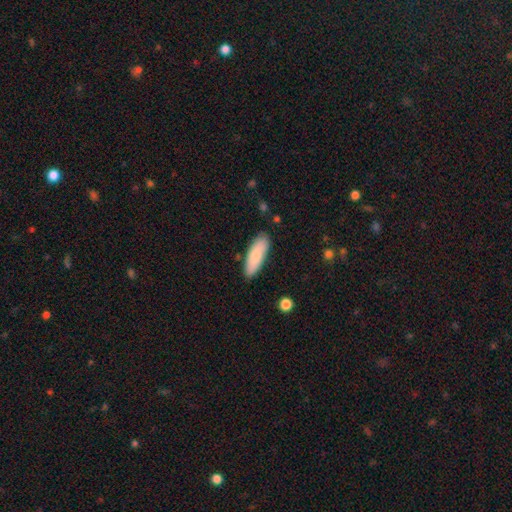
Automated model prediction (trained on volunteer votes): Smooth or featured: smooth — 82% (featured or disk — 12%)
How rounded: in between — 60% (cigar-shaped — 38%)
Merging: none — 84% (minor disturbance — 12%)